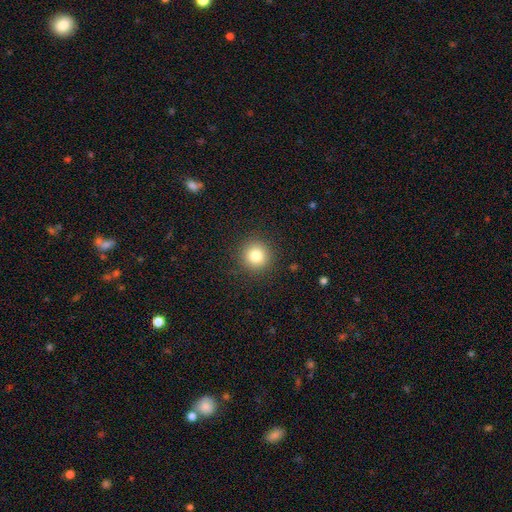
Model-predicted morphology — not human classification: This is clearly a smooth galaxy (82%). How rounded: clearly round (93%). Merging: clearly none (91%).